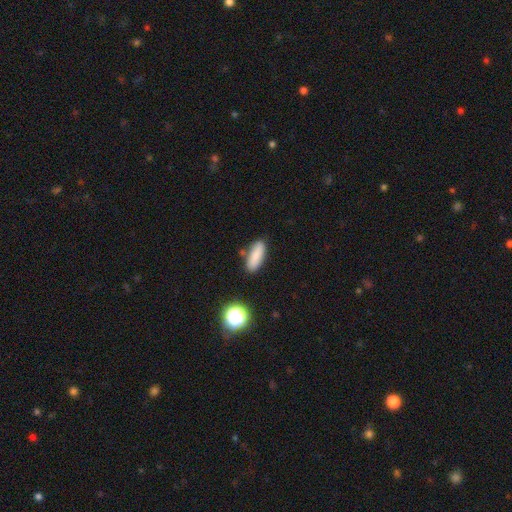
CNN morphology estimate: A smooth galaxy with no disk features (83%) that is in between round and cigar-shaped (66%).

Vote fractions:
- Smooth or featured? smooth: 83% / star or artifact: 9% / featured or disk: 9%
- How rounded? in between: 66% / cigar-shaped: 32% / round: 3%
- Merging? none: 82% / minor disturbance: 12% / merger: 4% / major disturbance: 3%